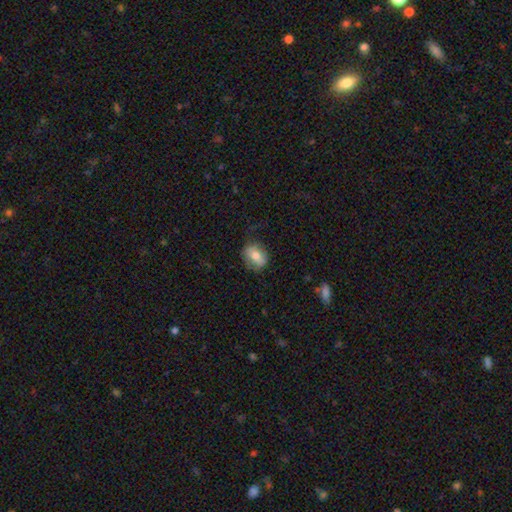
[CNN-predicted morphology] The model was most divided on "how rounded": in between: 64%, round: 34%, cigar-shaped: 2%. More confident: merging — none (72%); smooth or featured — smooth (69%).